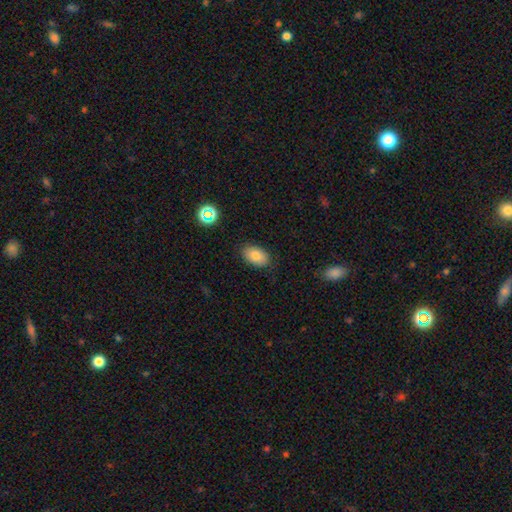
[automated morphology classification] A smooth galaxy with no disk features (81%) that is in between round and cigar-shaped (90%). Merging: none (85%).